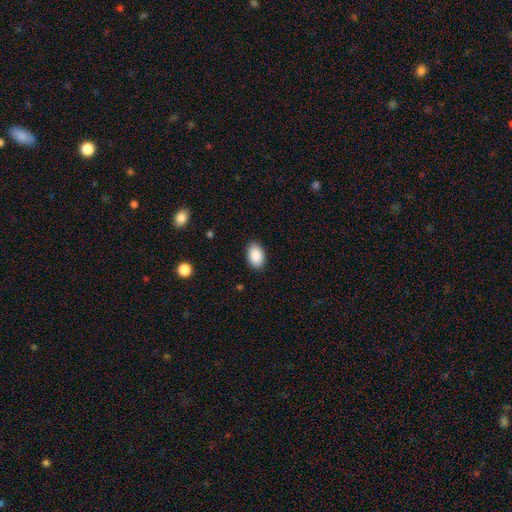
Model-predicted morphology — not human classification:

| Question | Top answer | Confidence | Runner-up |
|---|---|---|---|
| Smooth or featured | smooth | 90% | star or artifact (6%) |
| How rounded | in between | 92% | round (7%) |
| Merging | none | 88% | minor disturbance (9%) |